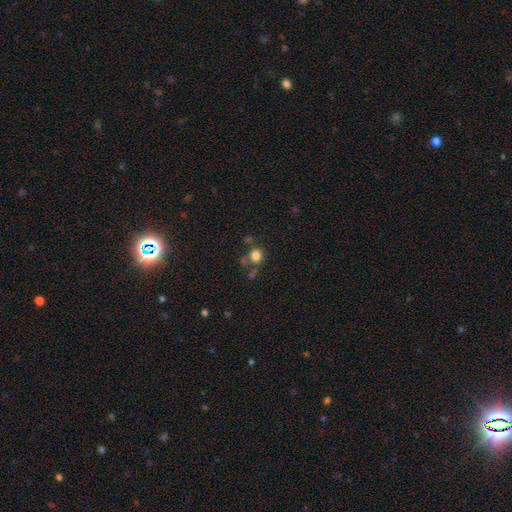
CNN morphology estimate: A smooth galaxy with no disk features (79%) that is round (82%).

Vote fractions:
- Smooth or featured? smooth: 79% / star or artifact: 13% / featured or disk: 8%
- How rounded? round: 82% / in between: 17% / cigar-shaped: 1%
- Merging? none: 61% / merger: 16% / minor disturbance: 14% / major disturbance: 8%